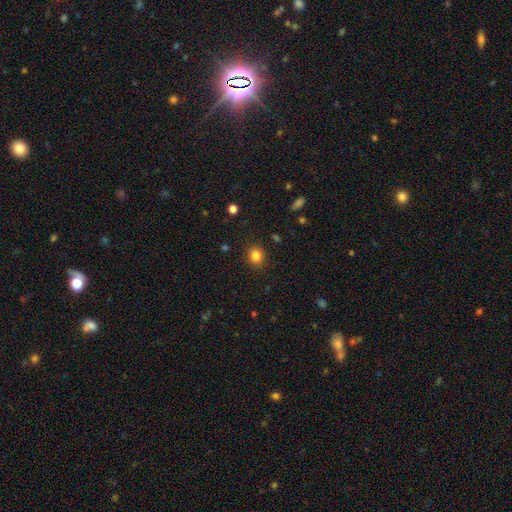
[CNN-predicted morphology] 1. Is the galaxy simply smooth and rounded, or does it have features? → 84% smooth, 12% star or artifact, 5% featured or disk.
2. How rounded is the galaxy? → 71% round, 28% in between, 1% cigar-shaped.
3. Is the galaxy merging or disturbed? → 88% none, 8% minor disturbance, 3% major disturbance, 1% merger.